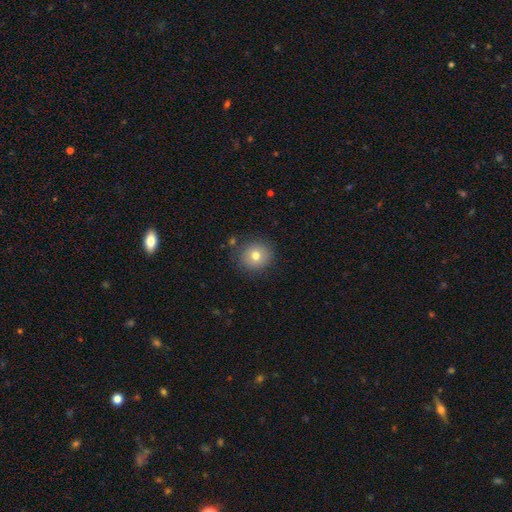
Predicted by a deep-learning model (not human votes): This is likely a smooth galaxy (75%). How rounded: clearly round (87%). Merging: clearly none (85%).